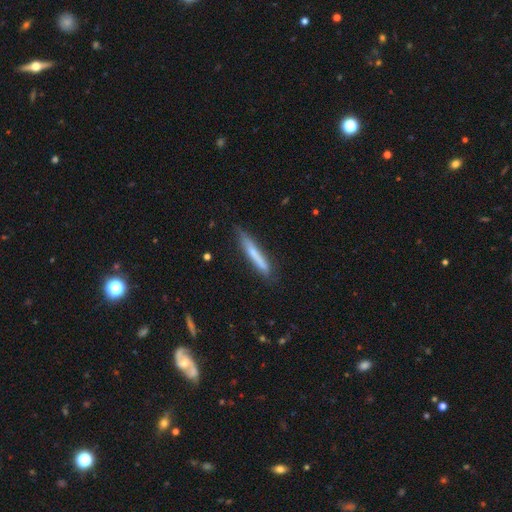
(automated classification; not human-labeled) Morphology: type=smooth (61%); roundness=cigar-shaped (94%); merging=none (79%).